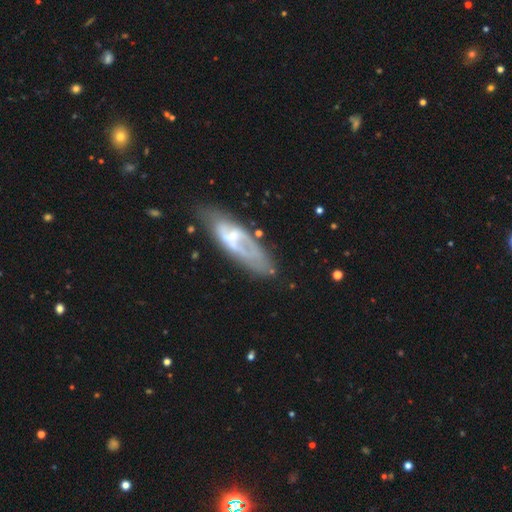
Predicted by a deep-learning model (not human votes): Overall: featured or disk (62%; smooth 30%). Edge-on disk: no (70%). Merging: none (59%; minor disturbance 23%).